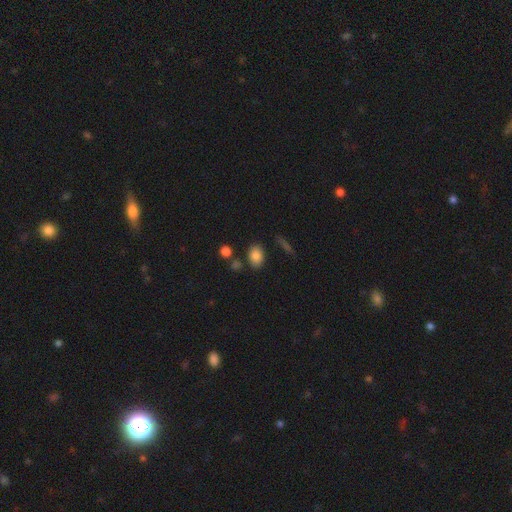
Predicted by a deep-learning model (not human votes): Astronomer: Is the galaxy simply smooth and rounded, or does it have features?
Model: smooth — 84%.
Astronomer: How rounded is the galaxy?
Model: in between — 76%.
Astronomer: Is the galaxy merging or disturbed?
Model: none — 77%.